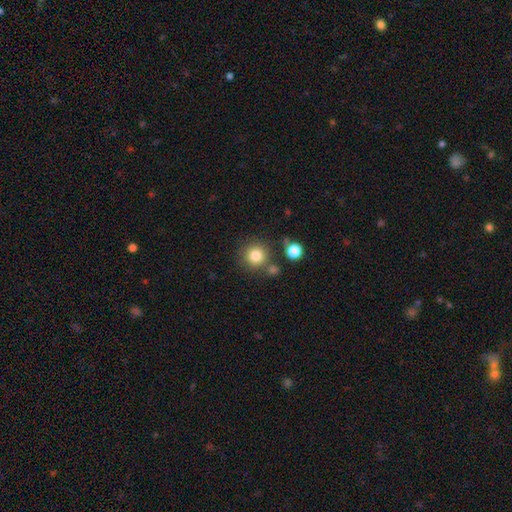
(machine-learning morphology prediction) Smooth or featured?
  - smooth: 82% *
  - star or artifact: 11%
  - featured or disk: 7%
How rounded?
  - round: 93% *
  - in between: 6%
  - cigar-shaped: 1%
Merging?
  - none: 76% *
  - merger: 11%
  - minor disturbance: 9%
  - major disturbance: 4%